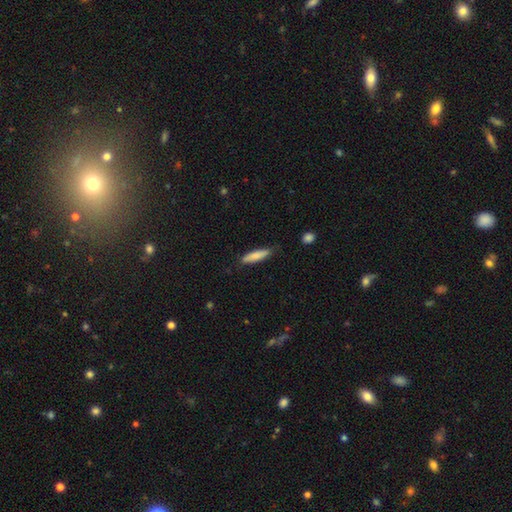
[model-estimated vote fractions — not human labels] Smooth or featured? Predicted: smooth (p=0.80). How rounded? Predicted: cigar-shaped (p=0.76). Merging? Predicted: none (p=0.82).